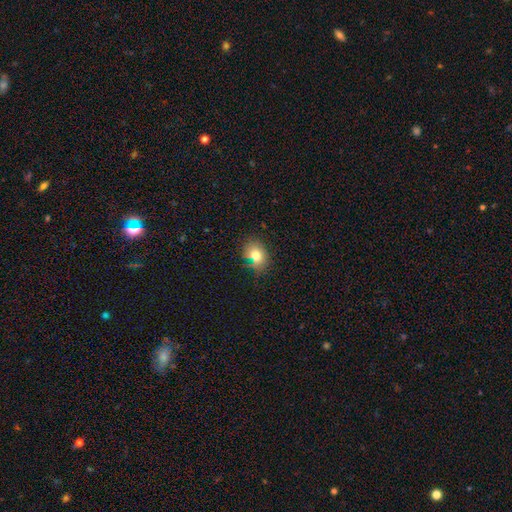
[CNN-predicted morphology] Smooth or featured? Predicted: smooth (p=0.76). How rounded? Predicted: in between (p=0.57). Merging? Predicted: none (p=0.71).